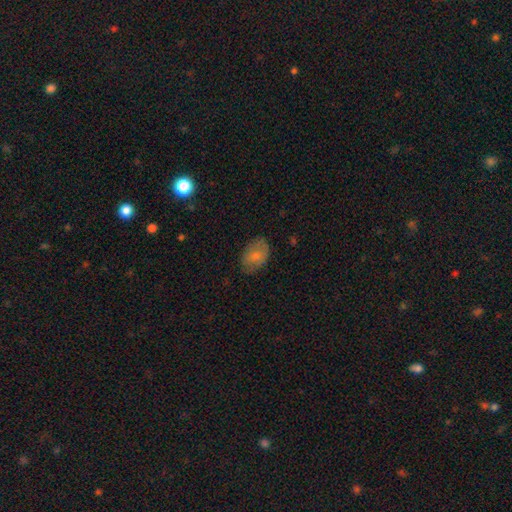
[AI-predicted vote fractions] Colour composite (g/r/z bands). It shows a smooth galaxy with no disk features (76%) that is in between round and cigar-shaped (83%). Merging: none (72%).